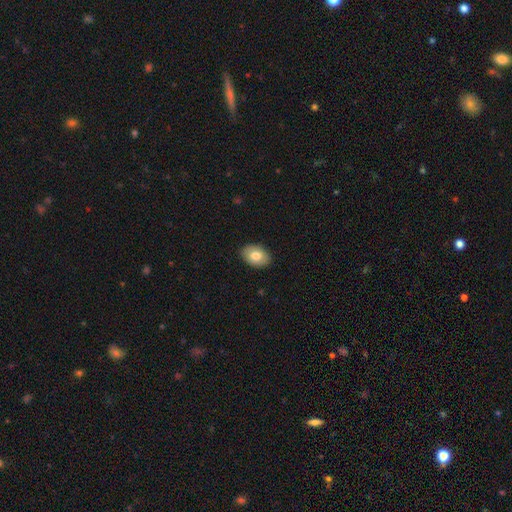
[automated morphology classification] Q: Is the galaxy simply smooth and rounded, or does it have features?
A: smooth — 78%.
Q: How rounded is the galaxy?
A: in between — 82%.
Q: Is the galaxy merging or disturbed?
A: none — 89%.